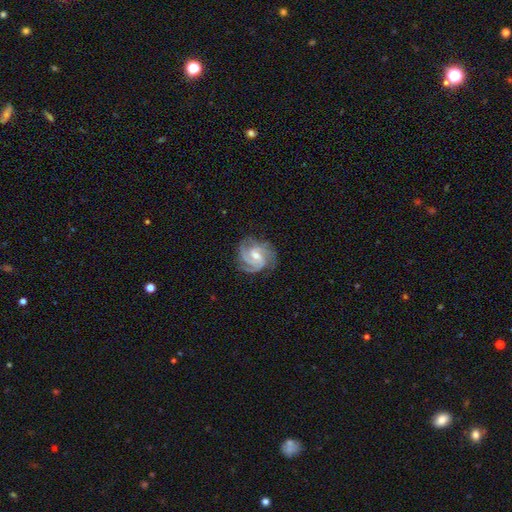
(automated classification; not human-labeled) Smooth or featured: featured or disk — 90% (star or artifact — 5%)
Edge-on disk: no — 98% (yes — 2%)
Bar: weak — 47% (no — 39%)
Spiral arms: yes — 98% (no — 2%)
Spiral winding: tight — 59% (medium — 36%)
Spiral arm count: 3 — 58% (4 — 16%)
Bulge size: moderate — 52% (small — 44%)
Merging: none — 80% (minor disturbance — 15%)